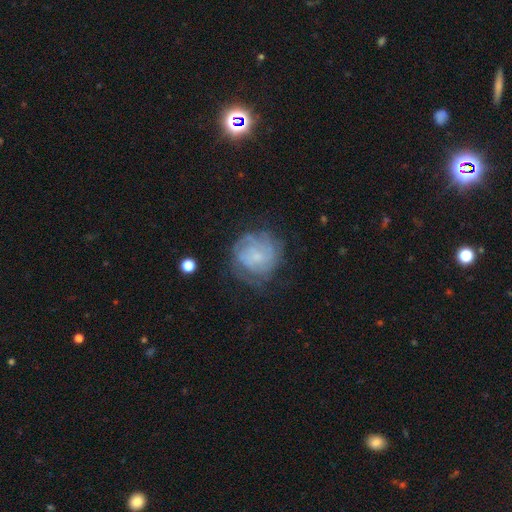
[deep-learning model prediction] smooth_or_featured: featured or disk (p=0.61) [alt: smooth p=0.30]
disk_edge_on: no (p=0.98) [alt: yes p=0.02]
bar: no (p=0.72) [alt: weak p=0.24]
has_spiral_arms: yes (p=0.73) [alt: no p=0.27]
bulge_size: small (p=0.54) [alt: none p=0.26]
merging: none (p=0.60) [alt: minor disturbance p=0.22]